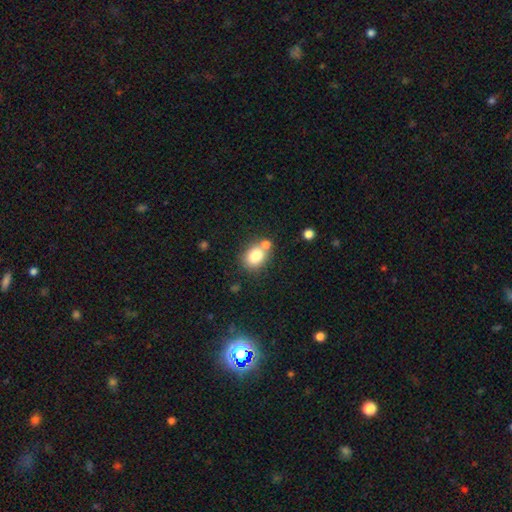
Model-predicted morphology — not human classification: Q: Smooth or featured?
A: smooth (80%); runner-up: featured or disk (10%)
Q: How rounded?
A: in between (53%); runner-up: round (46%)
Q: Merging?
A: none (56%); runner-up: merger (28%)